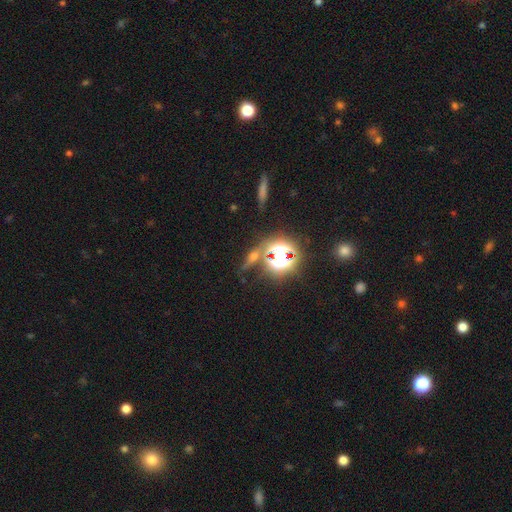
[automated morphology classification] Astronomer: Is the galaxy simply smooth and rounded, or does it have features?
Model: star or artifact — 64%.